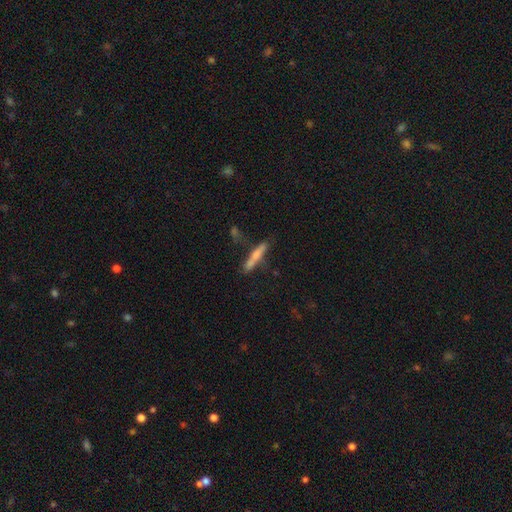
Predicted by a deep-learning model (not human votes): Morphology: type=smooth (53%); roundness=cigar-shaped (91%); merging=none (69%).